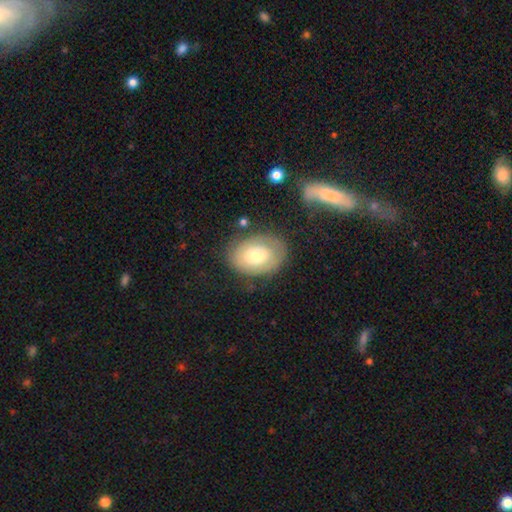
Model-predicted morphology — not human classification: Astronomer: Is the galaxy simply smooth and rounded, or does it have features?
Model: smooth — 54% (runner-up: featured or disk, 39%).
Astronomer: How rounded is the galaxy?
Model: in between — 74%.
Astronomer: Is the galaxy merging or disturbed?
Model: none — 71%.